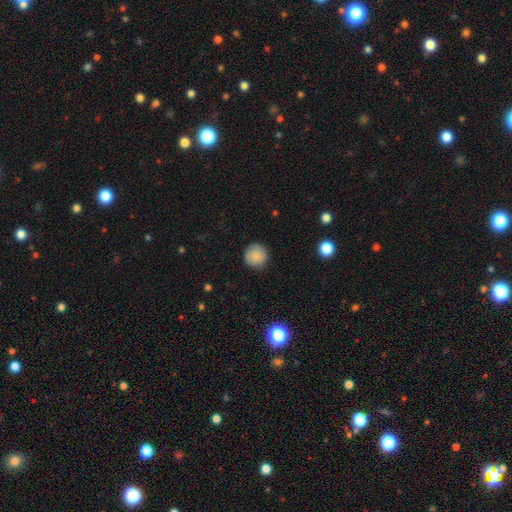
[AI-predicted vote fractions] smooth 87%, star or artifact 8%, featured or disk 5%. Down the decision tree: how rounded — round (96%); merging — none (90%).